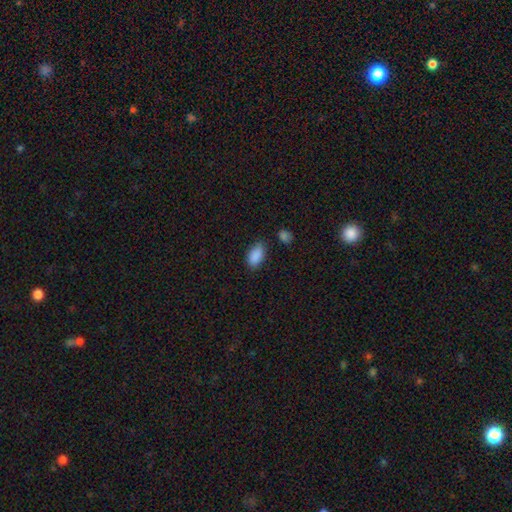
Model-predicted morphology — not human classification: Q: Smooth or featured?
A: smooth (89%); runner-up: star or artifact (7%)
Q: How rounded?
A: in between (93%); runner-up: round (4%)
Q: Merging?
A: none (77%); runner-up: minor disturbance (16%)